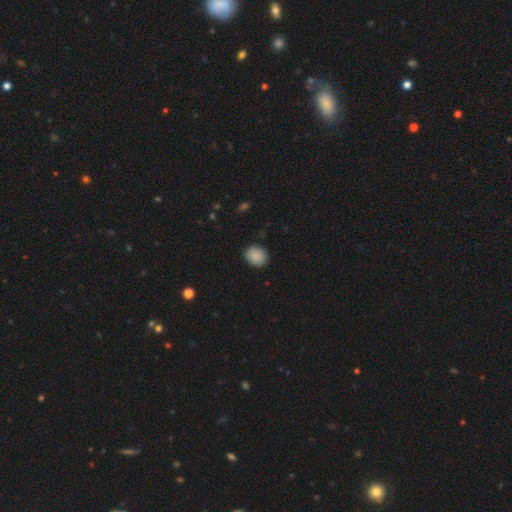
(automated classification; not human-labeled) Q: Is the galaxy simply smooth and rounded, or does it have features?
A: smooth — 88%.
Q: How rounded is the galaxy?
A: round — 66%.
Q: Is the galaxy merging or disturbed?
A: none — 86%.